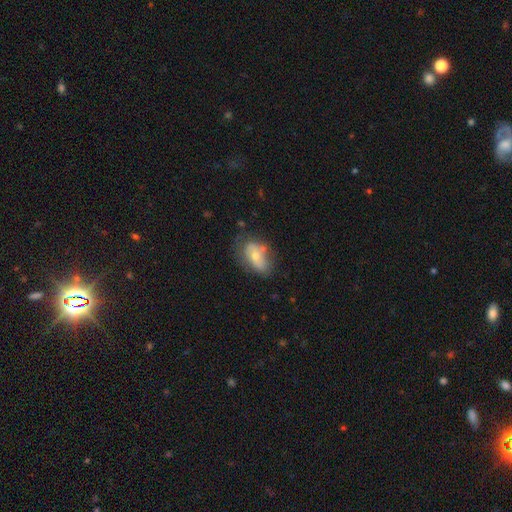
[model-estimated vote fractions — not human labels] smooth_or_featured: smooth (p=0.55) [alt: featured or disk p=0.37]
how_rounded: in between (p=0.87) [alt: round p=0.10]
merging: none (p=0.46) [alt: minor disturbance p=0.33]